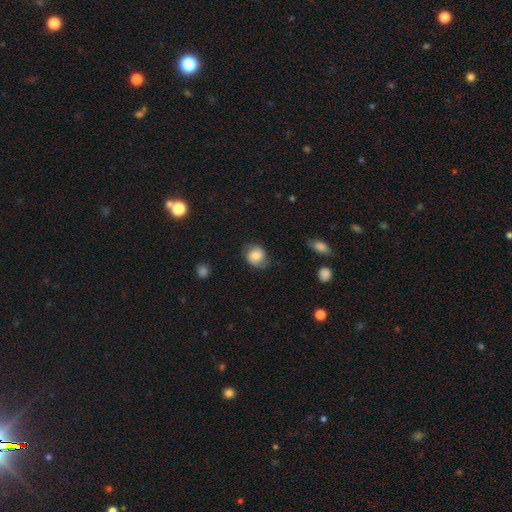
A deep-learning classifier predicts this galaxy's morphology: Smooth or featured? smooth (57%)
How rounded? round (69%)
Merging? none (74%)